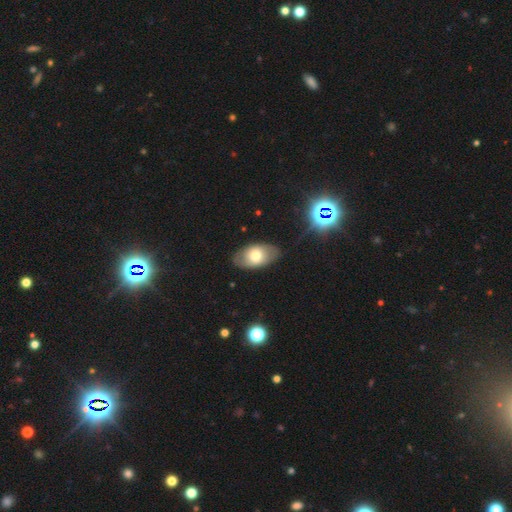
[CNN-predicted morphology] Smooth or featured?
  - smooth: 66% *
  - featured or disk: 25%
  - star or artifact: 9%
How rounded?
  - in between: 92% *
  - round: 6%
  - cigar-shaped: 2%
Merging?
  - none: 81% *
  - minor disturbance: 14%
  - major disturbance: 3%
  - merger: 1%